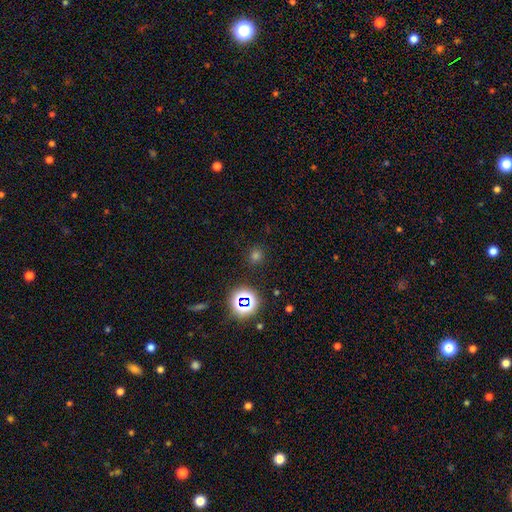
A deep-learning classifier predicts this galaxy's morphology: Smooth or featured?
  - smooth: 63% *
  - star or artifact: 32%
  - featured or disk: 6%
How rounded?
  - round: 87% *
  - in between: 12%
  - cigar-shaped: 1%
Merging?
  - none: 87% *
  - minor disturbance: 8%
  - major disturbance: 3%
  - merger: 2%